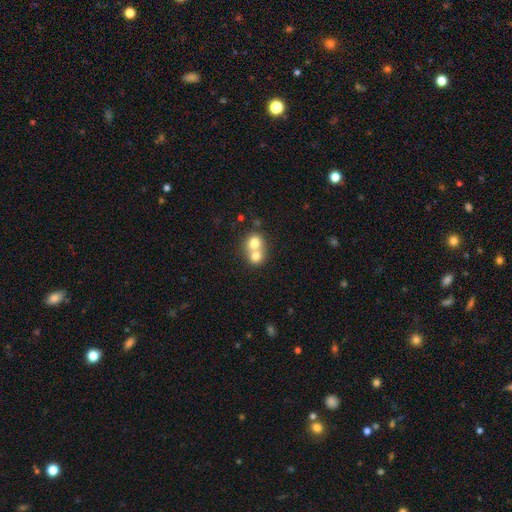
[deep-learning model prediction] Q: Smooth or featured?
A: smooth (73%); runner-up: featured or disk (17%)
Q: How rounded?
A: round (74%); runner-up: in between (25%)
Q: Merging?
A: merger (70%); runner-up: none (25%)